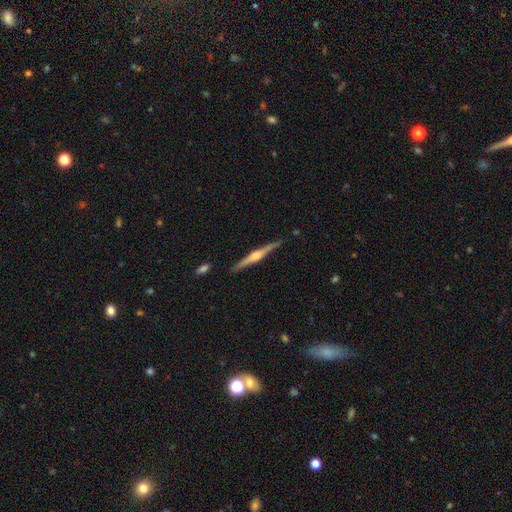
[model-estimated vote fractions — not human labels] Smooth or featured? Predicted: featured or disk (p=0.81). Edge-on disk? Predicted: yes (p=0.98). Edge-on bulge? Predicted: rounded (p=0.80). Merging? Predicted: none (p=0.90).